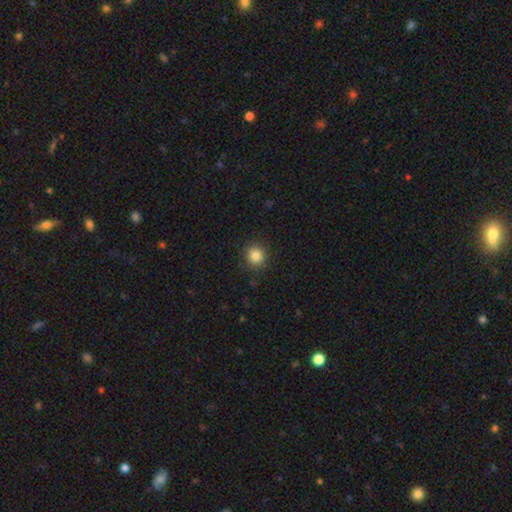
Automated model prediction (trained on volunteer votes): Smooth or featured? Predicted: smooth (p=0.84). How rounded? Predicted: round (p=0.92). Merging? Predicted: none (p=0.88).